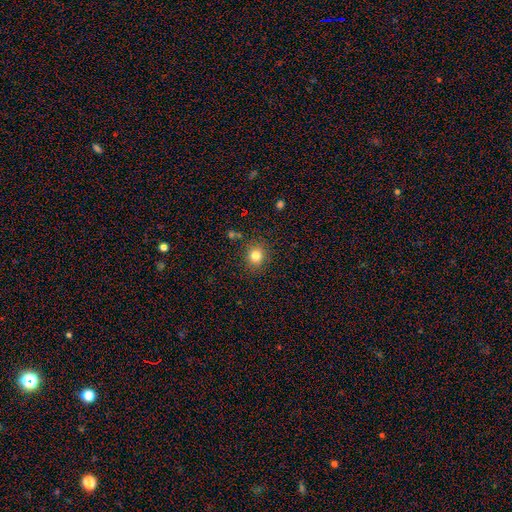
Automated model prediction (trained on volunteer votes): Smooth or featured? Predicted: smooth (p=0.80). How rounded? Predicted: round (p=0.81). Merging? Predicted: none (p=0.86).